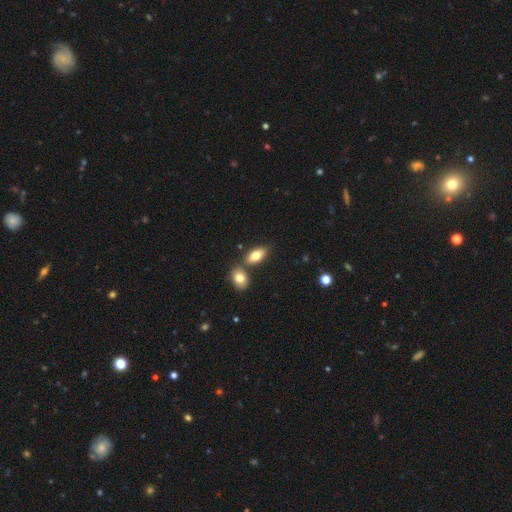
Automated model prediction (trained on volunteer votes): Overall: smooth (78%). How rounded: in between (88%). Merging: none (61%; merger 25%).